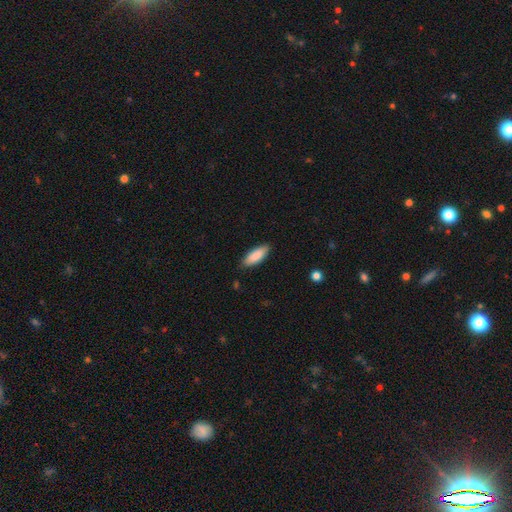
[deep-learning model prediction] smooth-or-featured: smooth: 88% | featured or disk: 6% | star or artifact: 6%
  how-rounded: in between: 71% | cigar-shaped: 27% | round: 1%
  merging: none: 84% | minor disturbance: 13% | major disturbance: 2% | merger: 1%